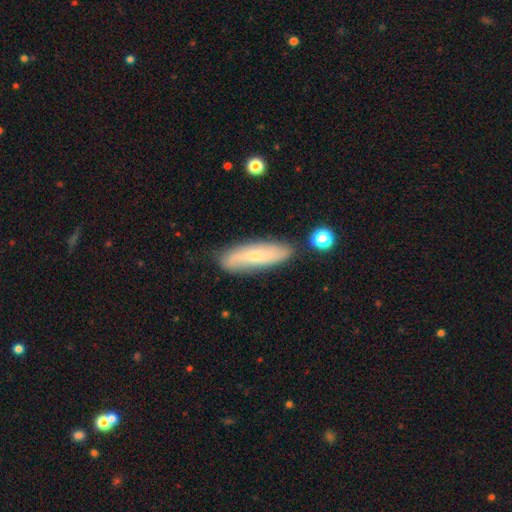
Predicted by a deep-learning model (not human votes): Smooth or featured: featured or disk — 50% (smooth — 42%)
Edge-on disk: no — 71% (yes — 29%)
Merging: none — 79% (minor disturbance — 15%)